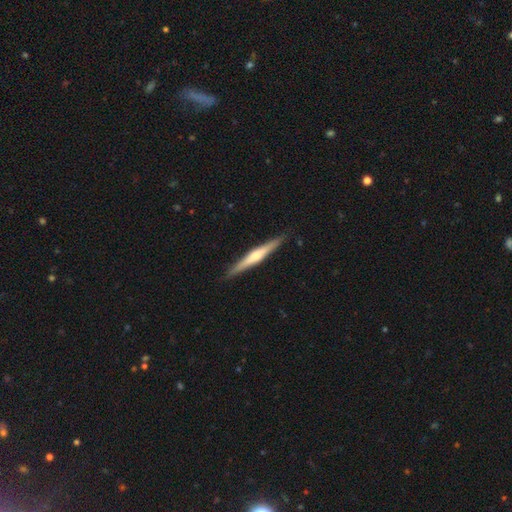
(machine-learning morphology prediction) Q: Smooth or featured?
A: featured or disk (63%); runner-up: smooth (32%)
Q: Edge-on disk?
A: yes (97%); runner-up: no (3%)
Q: Edge-on bulge?
A: rounded (78%); runner-up: none (14%)
Q: Merging?
A: none (90%); runner-up: minor disturbance (8%)